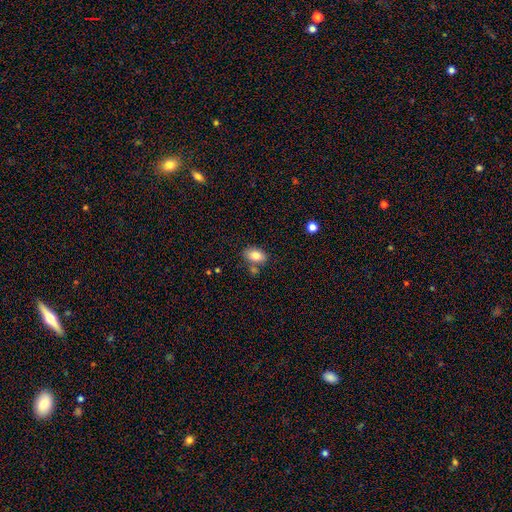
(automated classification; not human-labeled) Smooth or featured: smooth — 81% (featured or disk — 11%)
How rounded: in between — 88% (round — 10%)
Merging: none — 67% (minor disturbance — 15%)